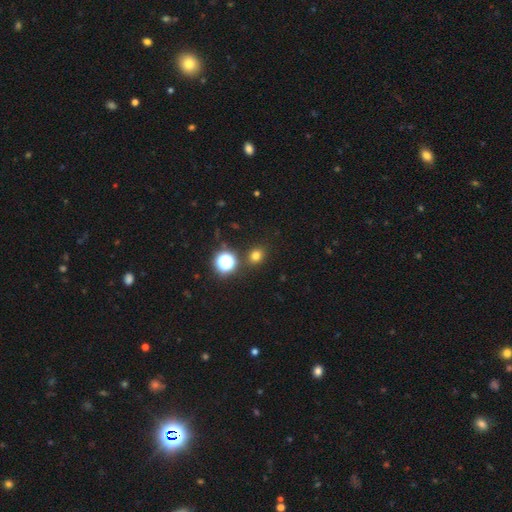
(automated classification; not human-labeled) A smooth galaxy with no disk features (74%) that is round (77%). Merging: none (87%).